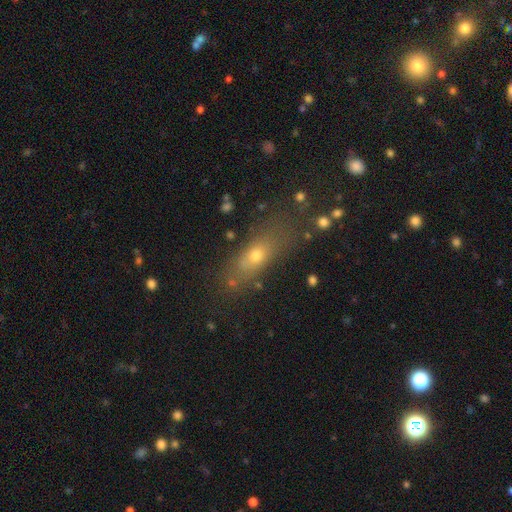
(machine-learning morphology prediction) smooth 64%, featured or disk 21%, star or artifact 15%. Down the decision tree: how rounded — in between (56%); merging — none (70%).